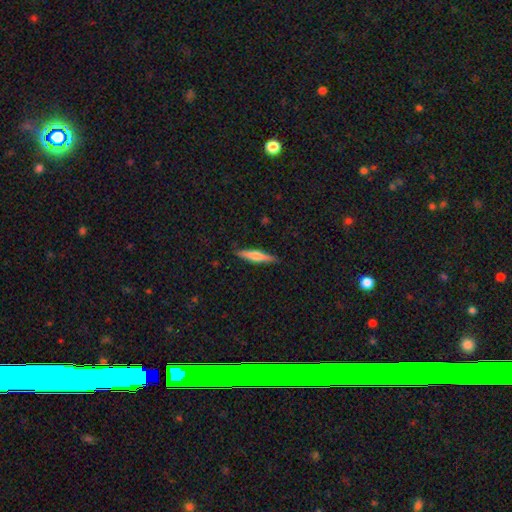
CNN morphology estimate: smooth-or-featured: smooth: 49% | featured or disk: 45% | star or artifact: 6%
  merging: none: 89% | minor disturbance: 8% | major disturbance: 2% | merger: 1%